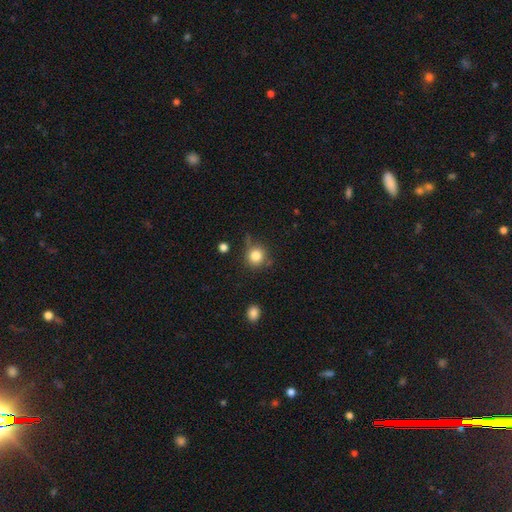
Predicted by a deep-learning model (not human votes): smooth_or_featured: smooth (p=0.82) [alt: star or artifact p=0.11]
how_rounded: round (p=0.91) [alt: in between p=0.08]
merging: none (p=0.71) [alt: minor disturbance p=0.17]